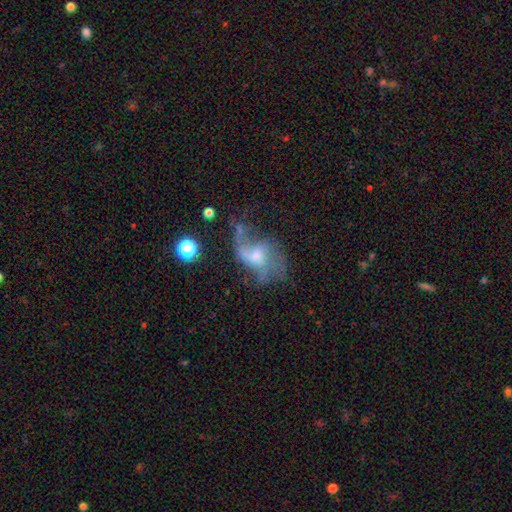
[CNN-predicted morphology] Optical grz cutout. It shows a featured or disk galaxy (72%) with no bar (56%), 2 (53%) loose (75%) spiral arms (77%) and a small central bulge (45%). Merging: major disturbance (37%).